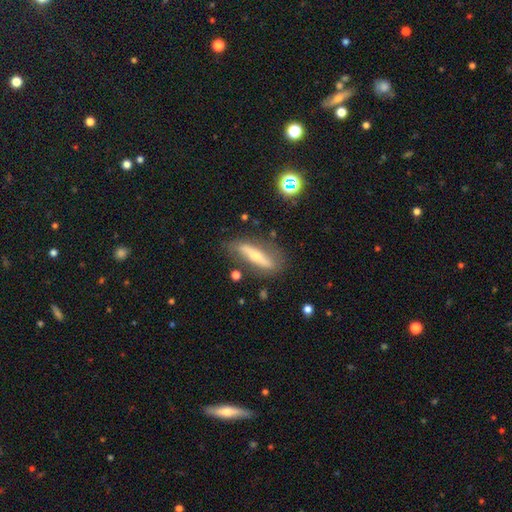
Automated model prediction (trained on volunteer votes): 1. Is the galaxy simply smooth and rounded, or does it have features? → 59% featured or disk, 33% smooth, 8% star or artifact.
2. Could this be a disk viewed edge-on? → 63% yes, 37% no.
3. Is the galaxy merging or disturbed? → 74% none, 17% minor disturbance, 6% major disturbance, 3% merger.